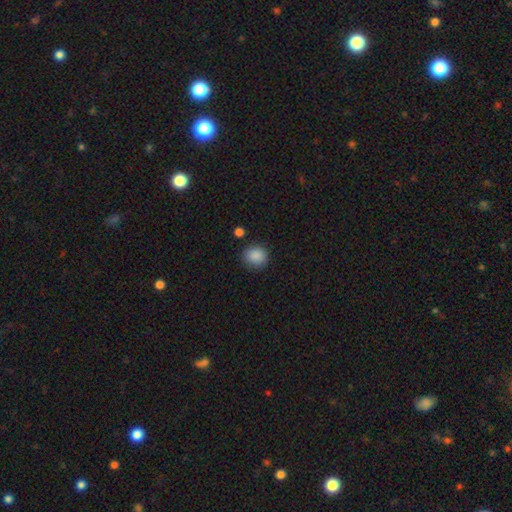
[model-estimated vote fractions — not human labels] Q: Smooth or featured?
A: smooth (88%); runner-up: star or artifact (8%)
Q: How rounded?
A: round (78%); runner-up: in between (21%)
Q: Merging?
A: none (85%); runner-up: minor disturbance (10%)